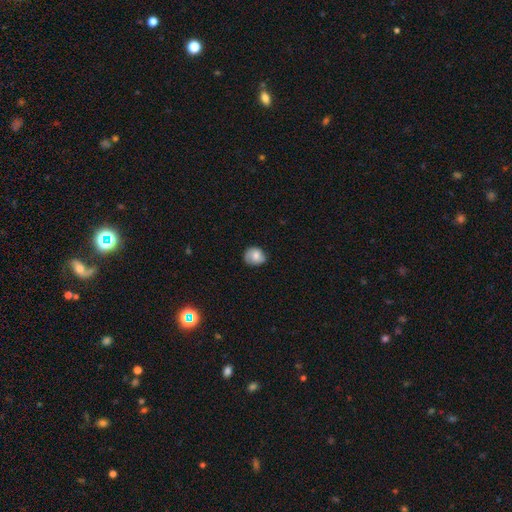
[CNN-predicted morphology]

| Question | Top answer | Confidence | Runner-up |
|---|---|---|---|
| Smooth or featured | smooth | 69% | featured or disk (22%) |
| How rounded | round | 67% | in between (32%) |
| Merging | none | 67% | minor disturbance (25%) |